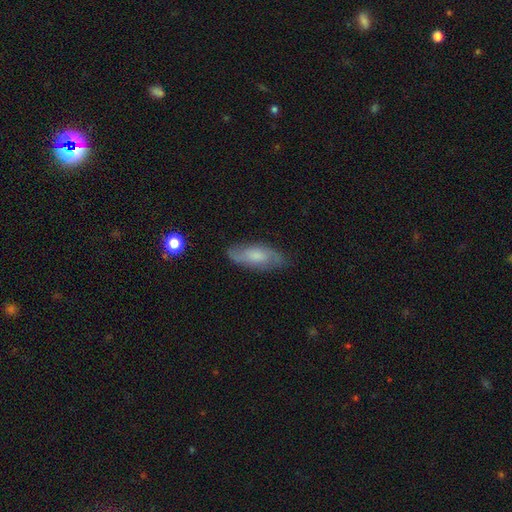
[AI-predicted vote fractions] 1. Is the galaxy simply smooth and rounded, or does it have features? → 47% featured or disk, 45% smooth, 8% star or artifact.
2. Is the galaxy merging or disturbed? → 77% none, 17% minor disturbance, 4% major disturbance, 1% merger.